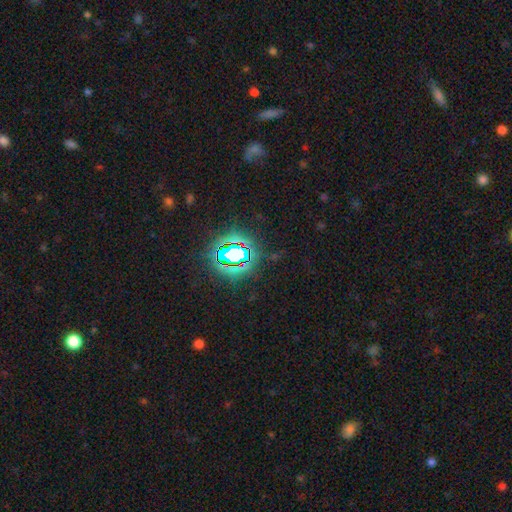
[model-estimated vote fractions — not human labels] Smooth or featured?
  - star or artifact: 80% *
  - smooth: 12%
  - featured or disk: 7%